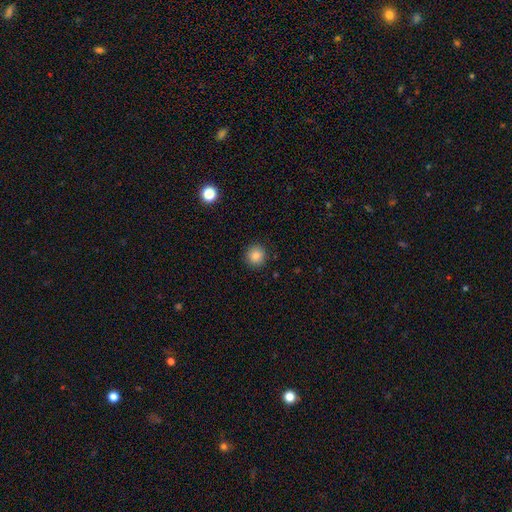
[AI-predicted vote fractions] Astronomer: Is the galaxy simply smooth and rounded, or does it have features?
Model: smooth — 83%.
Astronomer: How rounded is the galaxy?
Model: round — 93%.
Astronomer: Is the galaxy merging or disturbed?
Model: none — 91%.